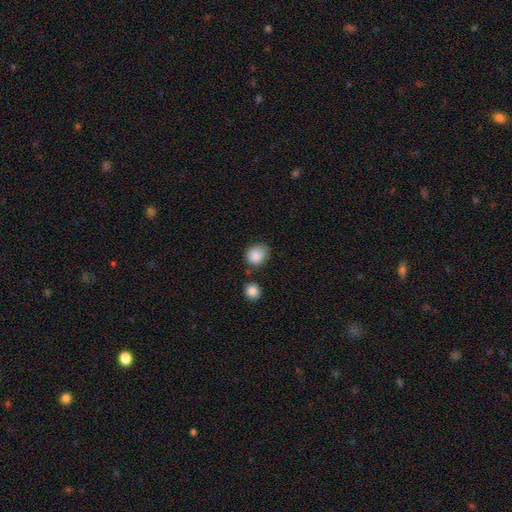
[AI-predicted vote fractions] Overall: smooth (86%). How rounded: round (68%; in between 31%). Merging: none (64%; minor disturbance 25%).